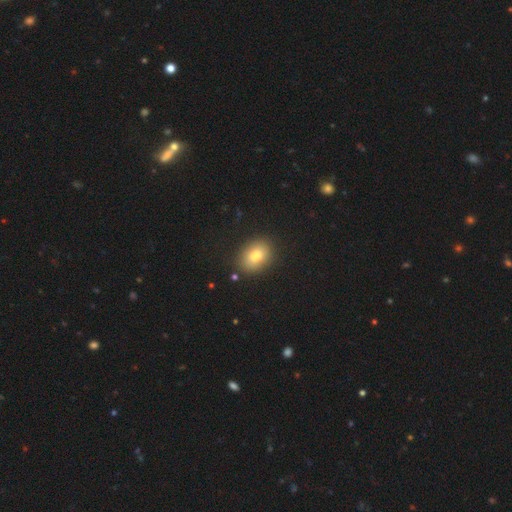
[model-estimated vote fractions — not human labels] This is likely a smooth galaxy (80%). How rounded: likely in between (71%). Merging: clearly none (87%).